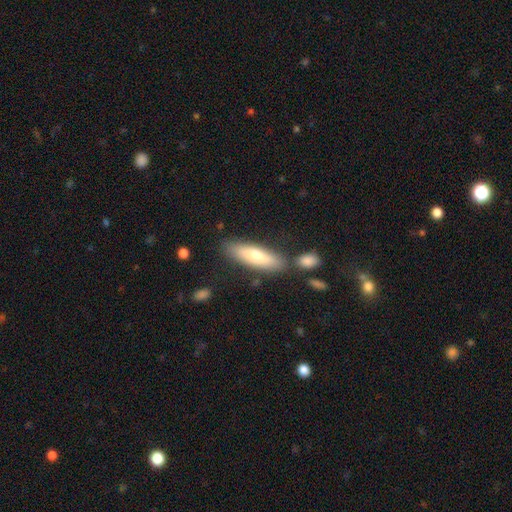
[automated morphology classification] The model was most divided on "how rounded": cigar-shaped: 62%, in between: 36%, round: 2%. More confident: merging — none (75%); smooth or featured — smooth (69%).